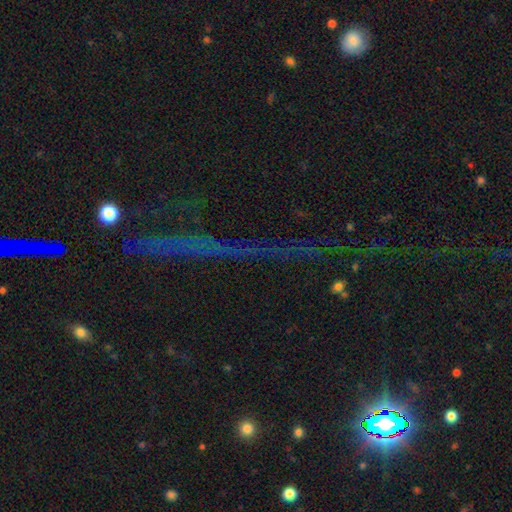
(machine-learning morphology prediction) Q: Smooth or featured?
A: star or artifact (77%); runner-up: featured or disk (13%)